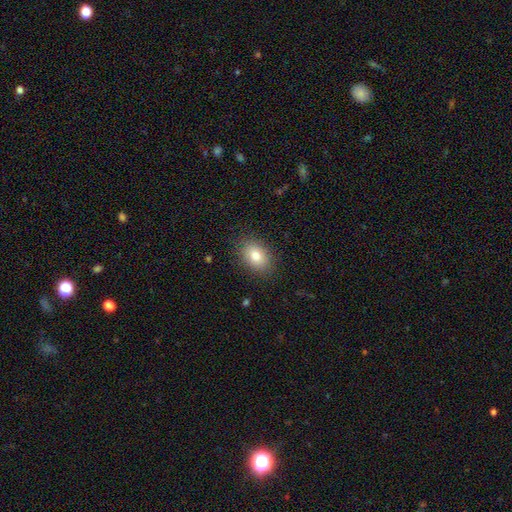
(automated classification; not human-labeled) The model was most divided on "how rounded": in between: 80%, round: 19%, cigar-shaped: 1%. More confident: merging — none (85%); smooth or featured — smooth (81%).